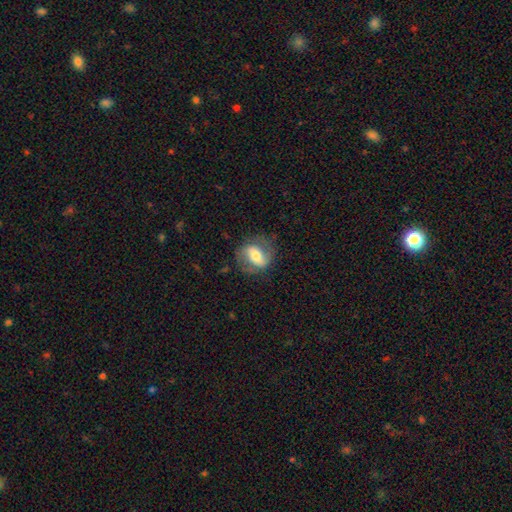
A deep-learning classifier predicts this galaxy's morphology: Overall: featured or disk (55%; smooth 38%). Edge-on disk: no (93%). Bar: strong (42%; weak 35%). Spiral arms: yes (70%). Bulge size: moderate (60%). Merging: none (70%).